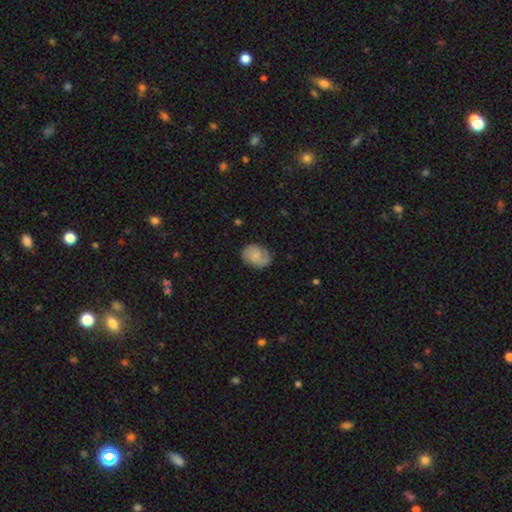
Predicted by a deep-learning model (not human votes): This appears to be a smooth galaxy with no disk features (48%). Merging: none (80%).